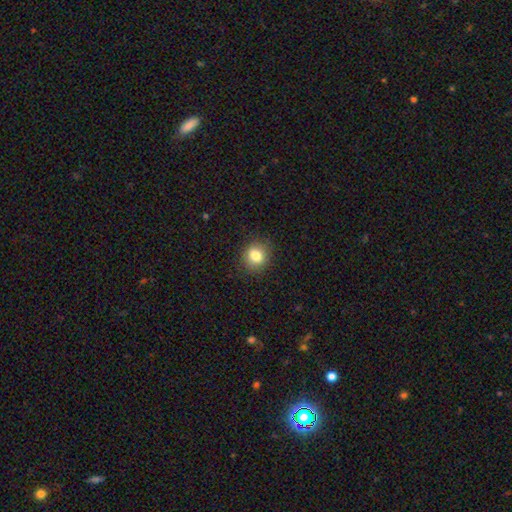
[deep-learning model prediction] Smooth or featured?
  - smooth: 82% *
  - star or artifact: 11%
  - featured or disk: 7%
How rounded?
  - round: 77% *
  - in between: 22%
  - cigar-shaped: 1%
Merging?
  - none: 88% *
  - minor disturbance: 8%
  - major disturbance: 3%
  - merger: 1%